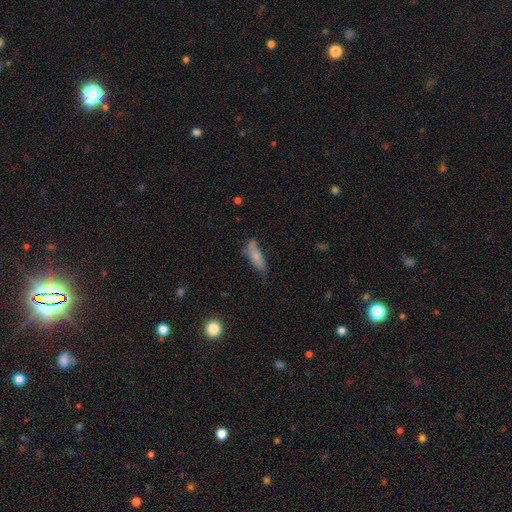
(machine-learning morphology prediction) This is likely a smooth galaxy (72%). How rounded: possibly in between (54%). Merging: possibly none (46%).